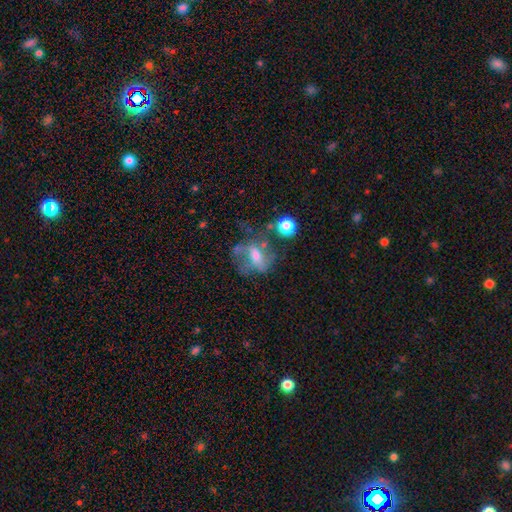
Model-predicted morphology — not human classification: Smooth or featured?
  - featured or disk: 49% *
  - smooth: 38%
  - star or artifact: 14%
Merging?
  - none: 37% *
  - major disturbance: 30%
  - minor disturbance: 20%
  - merger: 13%